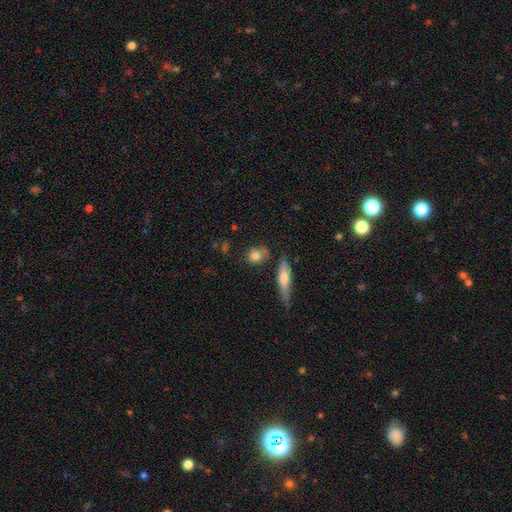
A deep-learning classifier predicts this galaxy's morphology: smooth_or_featured: smooth (p=0.79) [alt: featured or disk p=0.12]
how_rounded: round (p=0.56) [alt: in between p=0.36]
merging: none (p=0.67) [alt: minor disturbance p=0.17]